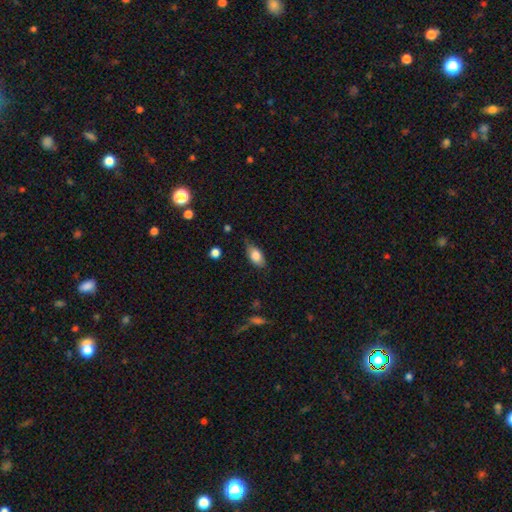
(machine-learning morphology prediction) smooth_or_featured: smooth (p=0.80) [alt: featured or disk p=0.13]
how_rounded: in between (p=0.89) [alt: cigar-shaped p=0.06]
merging: none (p=0.72) [alt: minor disturbance p=0.22]